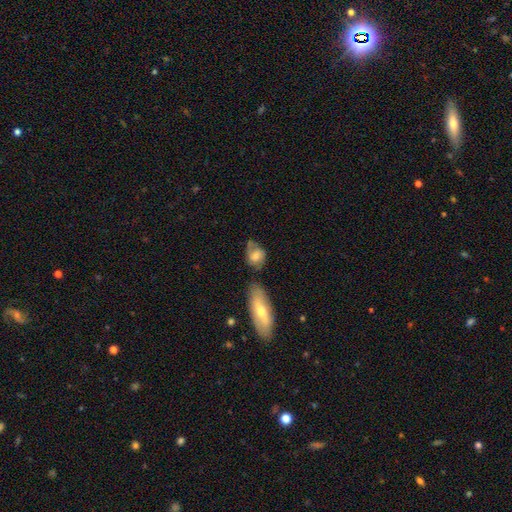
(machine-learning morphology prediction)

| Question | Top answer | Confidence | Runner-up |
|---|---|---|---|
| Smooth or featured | smooth | 62% | featured or disk (31%) |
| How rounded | in between | 67% | round (30%) |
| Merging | none | 43% | minor disturbance (28%) |